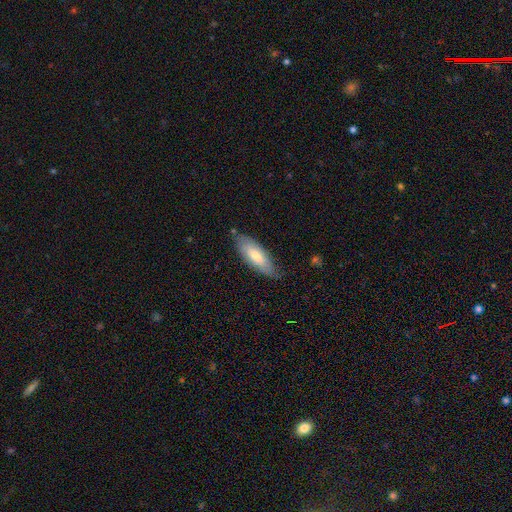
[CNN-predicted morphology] This appears to be a smooth galaxy with no disk features (70%) that is in between round and cigar-shaped (65%). Merging: none (76%).